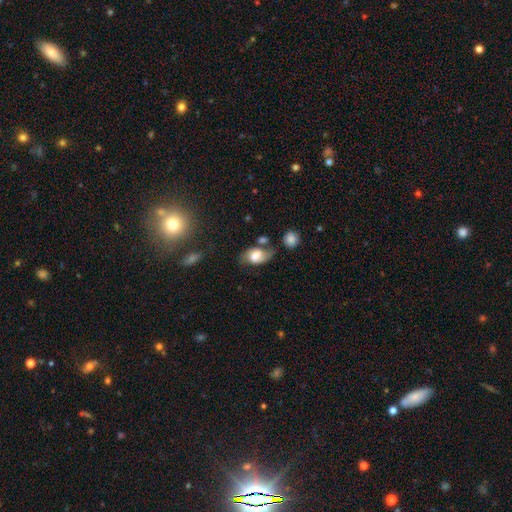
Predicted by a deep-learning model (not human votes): Q: Smooth or featured?
A: smooth (52%); runner-up: featured or disk (39%)
Q: How rounded?
A: in between (88%); runner-up: round (10%)
Q: Merging?
A: none (48%); runner-up: minor disturbance (26%)